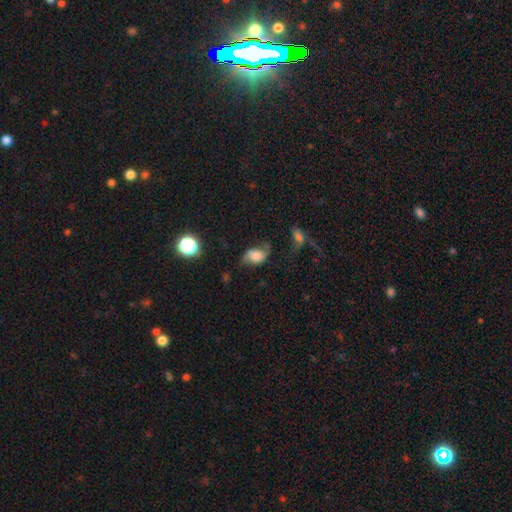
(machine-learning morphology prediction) Smooth or featured?
  - smooth: 52% *
  - featured or disk: 37%
  - star or artifact: 12%
How rounded?
  - in between: 81% *
  - round: 17%
  - cigar-shaped: 2%
Merging?
  - none: 43% *
  - minor disturbance: 29%
  - major disturbance: 23%
  - merger: 5%